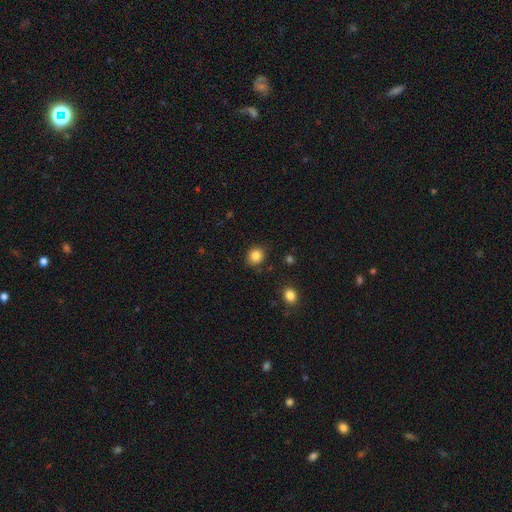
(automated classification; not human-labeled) smooth-or-featured: smooth: 84% | star or artifact: 11% | featured or disk: 5%
  how-rounded: round: 78% | in between: 21% | cigar-shaped: 1%
  merging: none: 85% | minor disturbance: 10% | major disturbance: 3% | merger: 2%